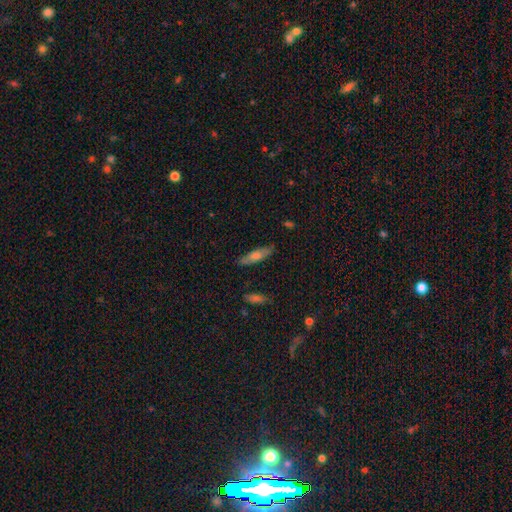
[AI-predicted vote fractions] Smooth or featured?
  - smooth: 56% *
  - featured or disk: 36%
  - star or artifact: 8%
How rounded?
  - cigar-shaped: 69% *
  - in between: 28%
  - round: 2%
Merging?
  - none: 84% *
  - minor disturbance: 12%
  - major disturbance: 2%
  - merger: 2%